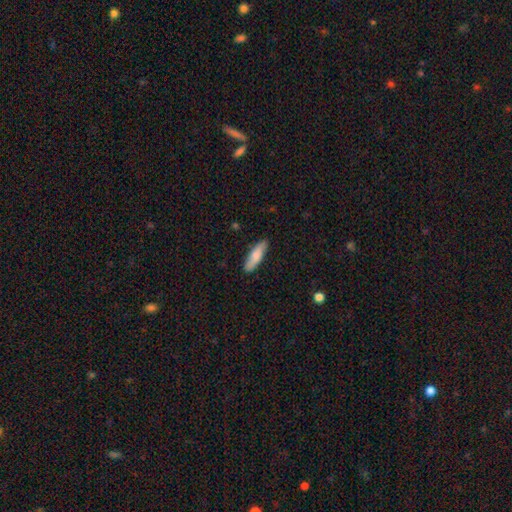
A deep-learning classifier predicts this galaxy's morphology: A smooth galaxy with no disk features (77%) that is cigar-shaped (57%). Merging: none (87%).